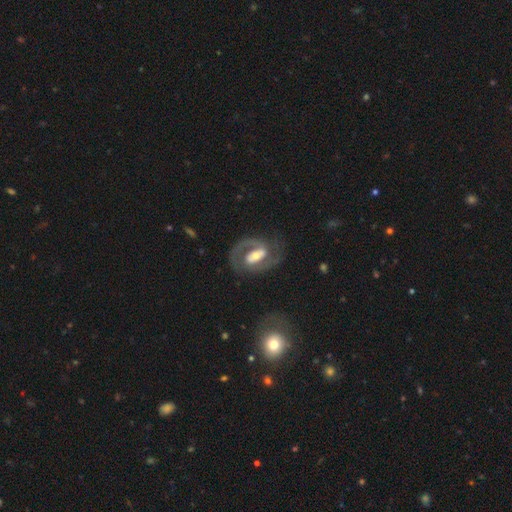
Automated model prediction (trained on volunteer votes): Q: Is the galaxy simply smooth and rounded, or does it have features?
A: featured or disk — 87%.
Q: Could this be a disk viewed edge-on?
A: no — 97%.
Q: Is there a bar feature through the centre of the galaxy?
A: strong — 46%.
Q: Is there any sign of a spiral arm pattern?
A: yes — 94%.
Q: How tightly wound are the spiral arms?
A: medium — 55%.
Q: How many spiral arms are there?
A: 2 — 87%.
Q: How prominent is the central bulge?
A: moderate — 58%.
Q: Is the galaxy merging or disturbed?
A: none — 73%.